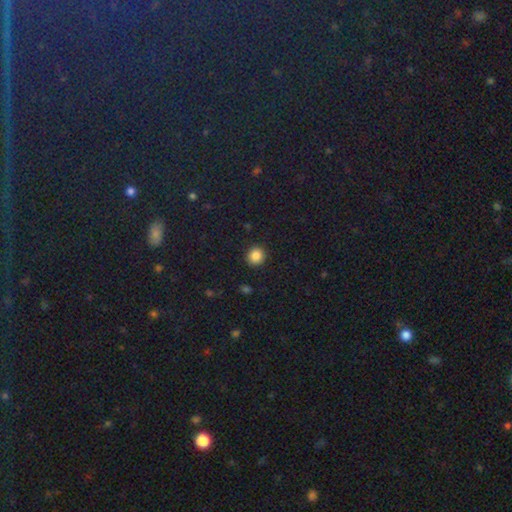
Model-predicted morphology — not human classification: This appears to be a smooth galaxy with no disk features (86%) that is round (90%). Merging: none (91%).